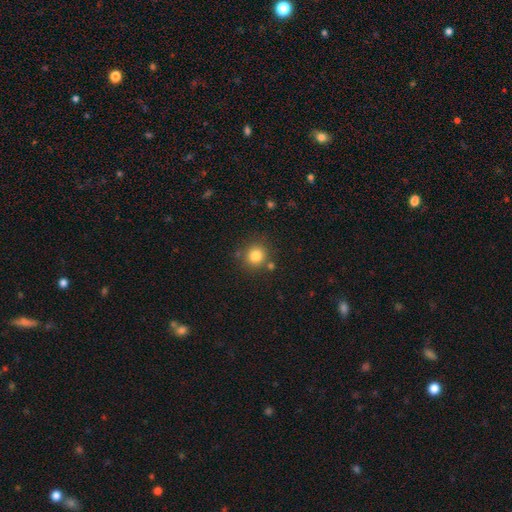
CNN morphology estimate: Smooth or featured? smooth (82%)
How rounded? round (91%)
Merging? none (80%)